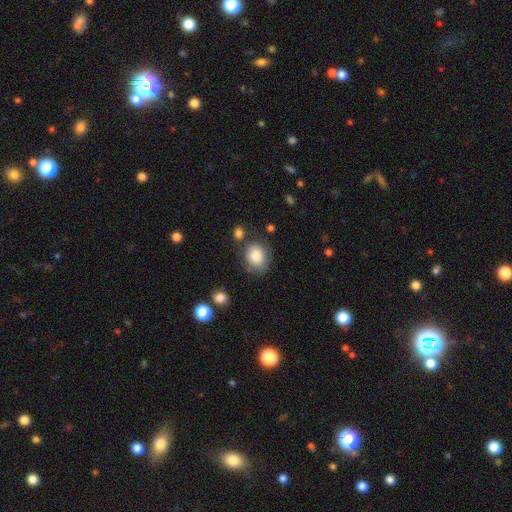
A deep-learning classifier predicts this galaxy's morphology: The model was most divided on "how rounded": in between: 51%, round: 48%, cigar-shaped: 1%. More confident: smooth or featured — smooth (84%); merging — none (66%).